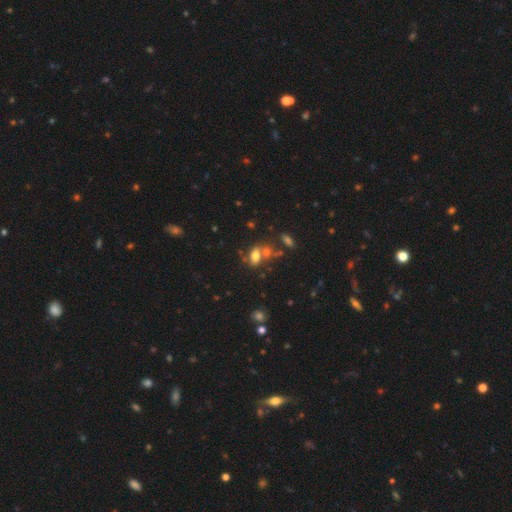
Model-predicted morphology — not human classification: The model was most divided on "merging": none: 45%, merger: 35%, minor disturbance: 13%, major disturbance: 7%. More confident: how rounded — in between (83%); smooth or featured — smooth (69%).